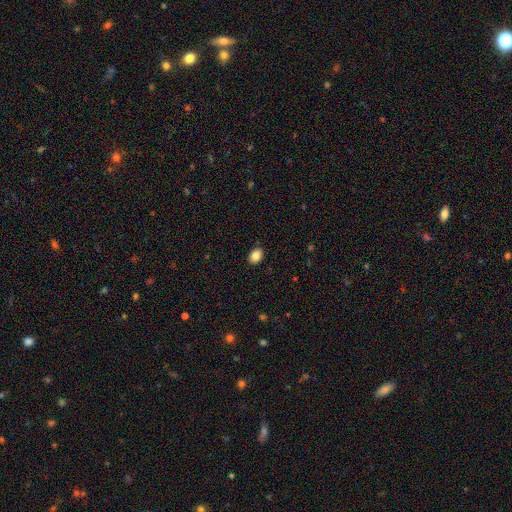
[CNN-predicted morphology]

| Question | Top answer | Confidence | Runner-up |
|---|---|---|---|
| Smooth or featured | smooth | 86% | star or artifact (9%) |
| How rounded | in between | 72% | round (27%) |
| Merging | none | 89% | minor disturbance (8%) |